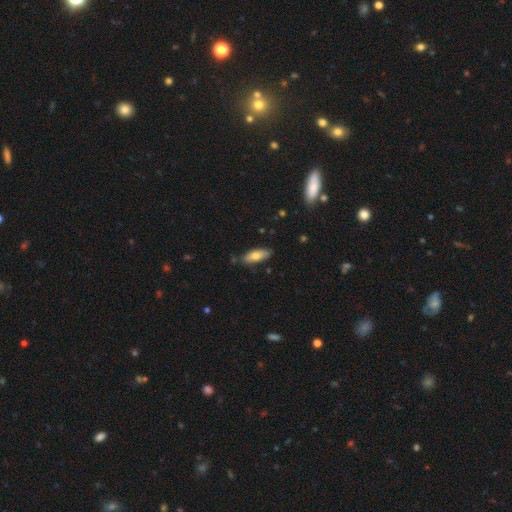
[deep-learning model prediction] The model was most divided on "how rounded": in between: 69%, cigar-shaped: 29%, round: 2%. More confident: merging — none (81%); smooth or featured — smooth (75%).